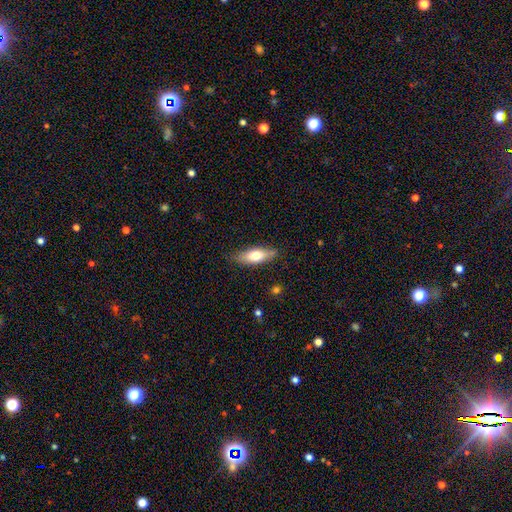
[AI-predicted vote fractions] A smooth galaxy with no disk features (66%) that is in between round and cigar-shaped (58%).

Vote fractions:
- Smooth or featured? smooth: 66% / featured or disk: 28% / star or artifact: 6%
- How rounded? in between: 58% / cigar-shaped: 39% / round: 2%
- Merging? none: 82% / minor disturbance: 14% / major disturbance: 3% / merger: 1%